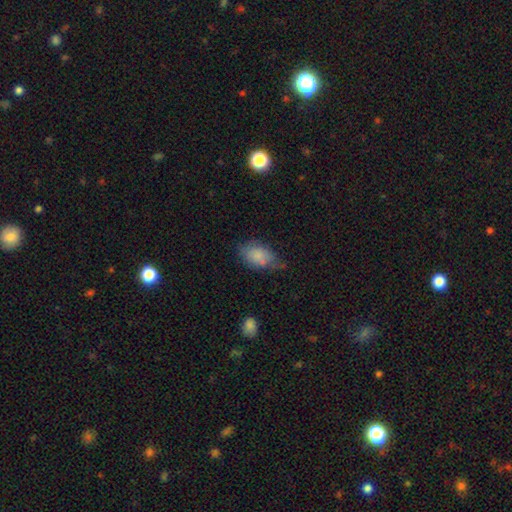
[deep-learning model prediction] The model was most divided on "merging": none: 49%, minor disturbance: 35%, major disturbance: 10%, merger: 6%. More confident: how rounded — in between (88%); smooth or featured — smooth (80%).